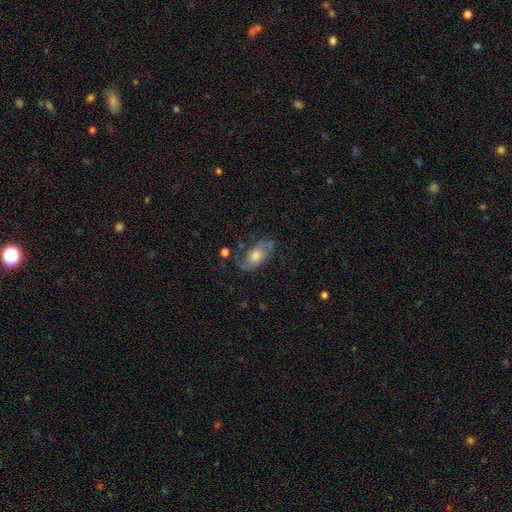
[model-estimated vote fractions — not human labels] The model was most divided on "smooth or featured": featured or disk: 53%, smooth: 37%, star or artifact: 9%. More confident: edge-on disk — no (89%); merging — none (65%).